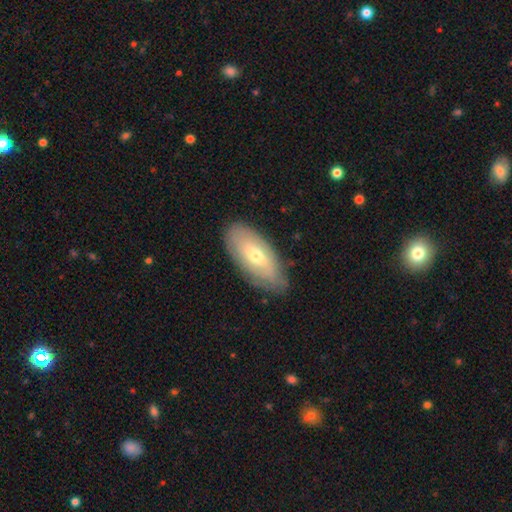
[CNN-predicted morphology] smooth-or-featured: smooth: 54% | featured or disk: 40% | star or artifact: 6%
  how-rounded: in between: 88% | cigar-shaped: 9% | round: 3%
  merging: none: 77% | minor disturbance: 18% | major disturbance: 4% | merger: 1%